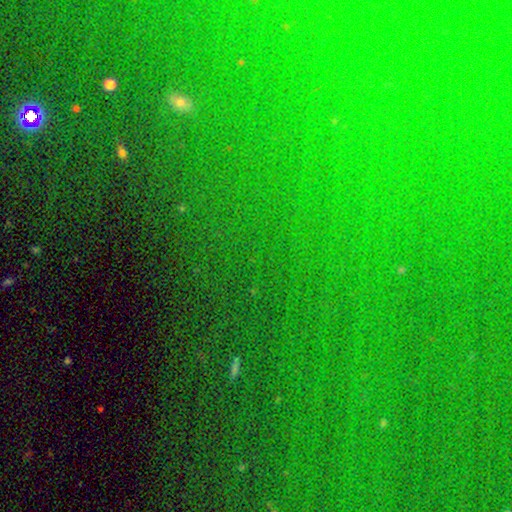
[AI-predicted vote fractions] Smooth or featured? star or artifact (80%)